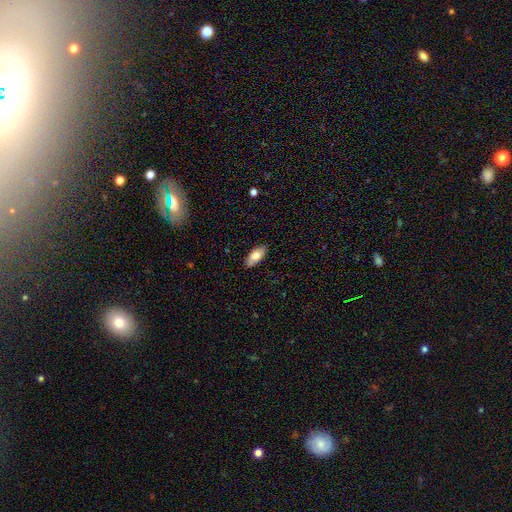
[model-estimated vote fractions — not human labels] Smooth or featured?
  - smooth: 73% *
  - featured or disk: 21%
  - star or artifact: 6%
How rounded?
  - in between: 88% *
  - cigar-shaped: 9%
  - round: 2%
Merging?
  - none: 88% *
  - minor disturbance: 9%
  - major disturbance: 2%
  - merger: 1%